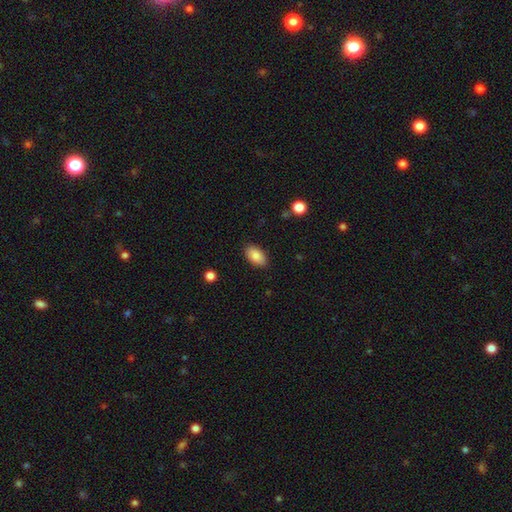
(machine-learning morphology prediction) Smooth or featured? smooth (86%)
How rounded? in between (93%)
Merging? none (87%)